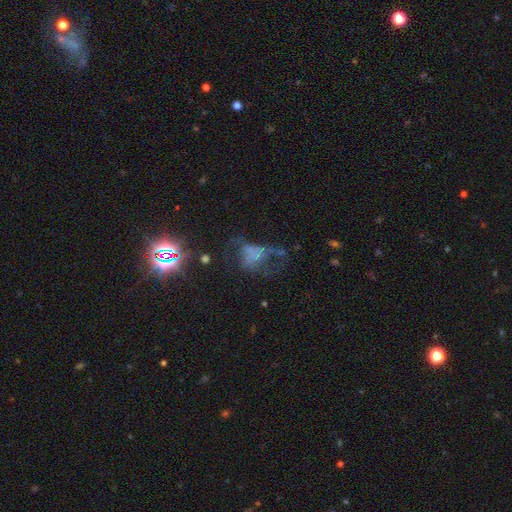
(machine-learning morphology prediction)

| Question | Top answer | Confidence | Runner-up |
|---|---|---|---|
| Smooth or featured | star or artifact | 38% | featured or disk (37%) |